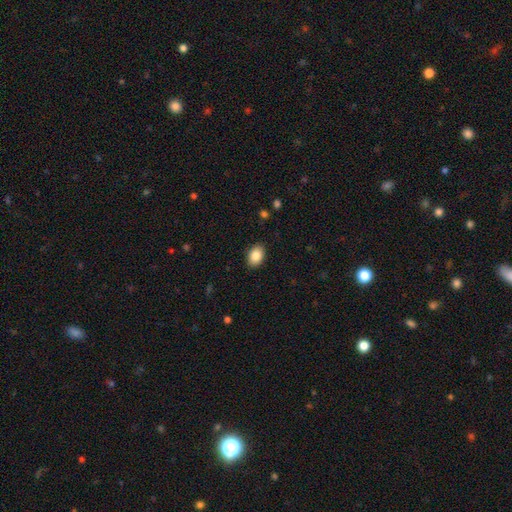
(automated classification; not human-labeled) Overall: smooth (86%). How rounded: in between (83%). Merging: none (89%).